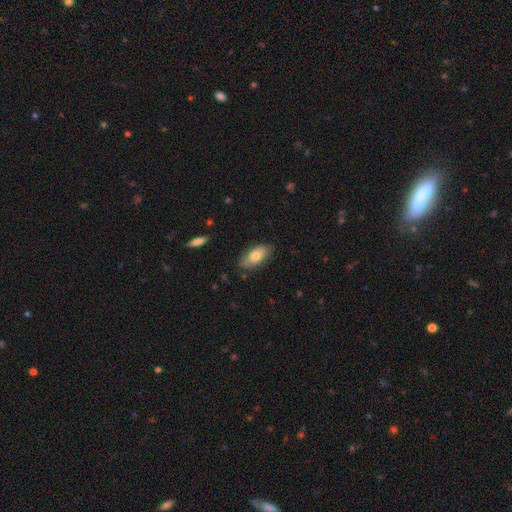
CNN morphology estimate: smooth-or-featured: smooth: 76% | featured or disk: 18% | star or artifact: 6%
  how-rounded: in between: 88% | cigar-shaped: 9% | round: 3%
  merging: none: 80% | minor disturbance: 15% | major disturbance: 3% | merger: 1%